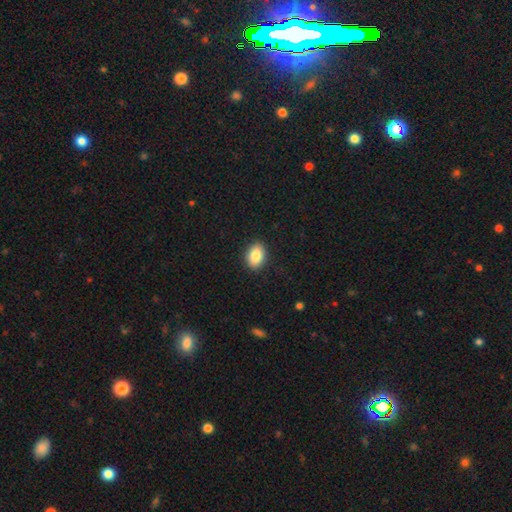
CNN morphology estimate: Smooth or featured: smooth — 85% (star or artifact — 8%)
How rounded: in between — 80% (round — 19%)
Merging: none — 90% (minor disturbance — 7%)